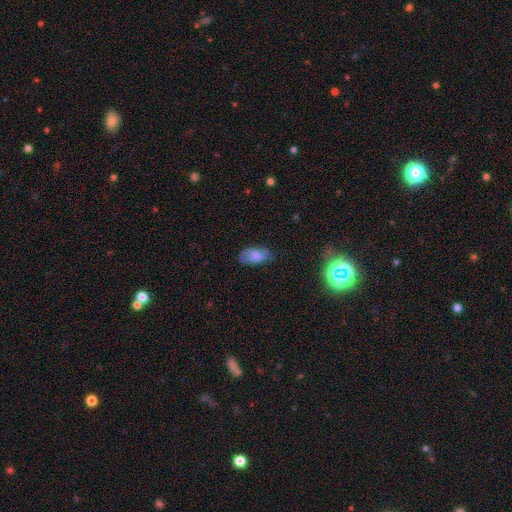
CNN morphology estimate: Overall: smooth (74%). How rounded: in between (93%). Merging: none (61%; minor disturbance 28%).